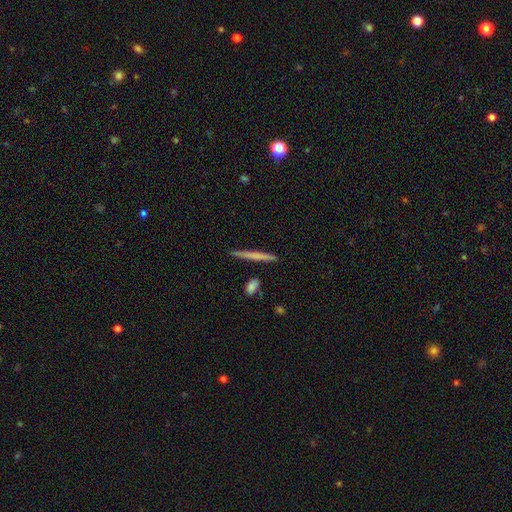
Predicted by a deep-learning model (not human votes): Q: Smooth or featured?
A: smooth (58%); runner-up: featured or disk (36%)
Q: How rounded?
A: cigar-shaped (96%); runner-up: in between (2%)
Q: Merging?
A: none (88%); runner-up: minor disturbance (7%)